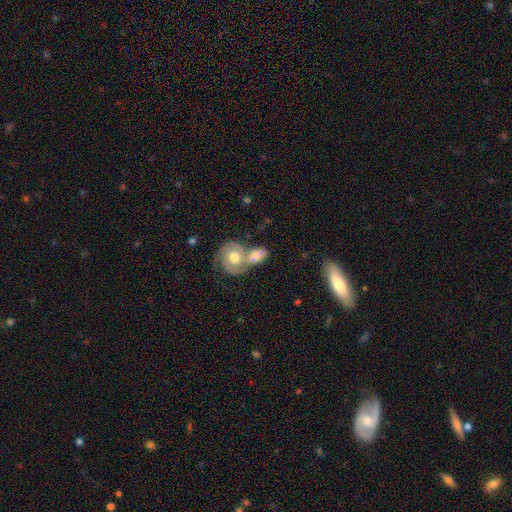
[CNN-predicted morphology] A featured or disk galaxy (61%) with no bar (69%), spiral arms (85%) and a moderate central bulge (72%). Merging: merger (68%).